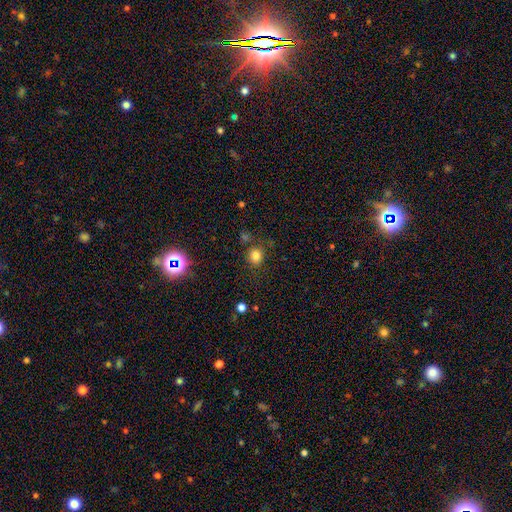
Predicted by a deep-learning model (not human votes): This is clearly a smooth galaxy (80%). How rounded: likely round (73%). Merging: likely none (77%).